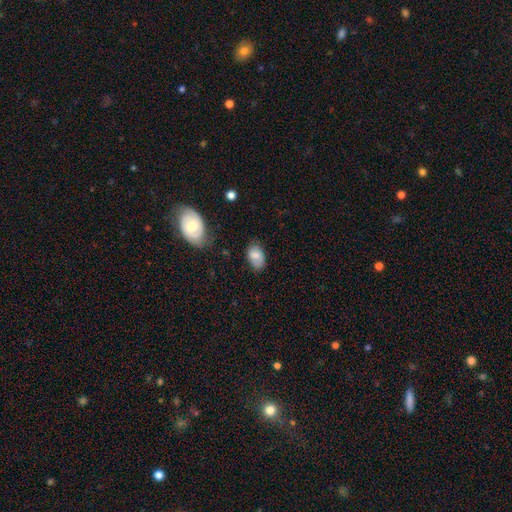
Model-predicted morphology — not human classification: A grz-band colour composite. It shows a smooth galaxy with no disk features (78%) that is in between round and cigar-shaped (90%). Merging: none (65%).